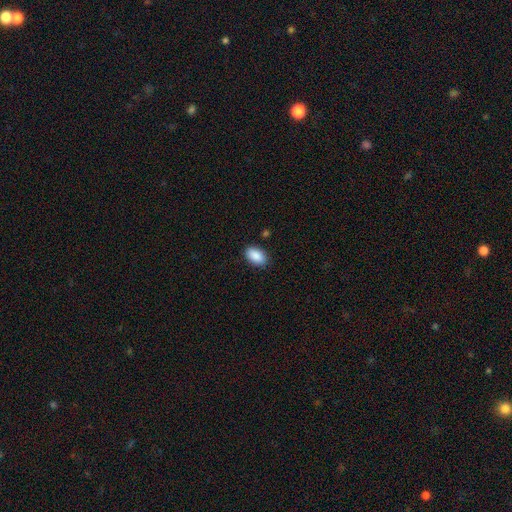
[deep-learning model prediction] This is clearly a smooth galaxy (89%). How rounded: clearly in between (92%). Merging: clearly none (87%).